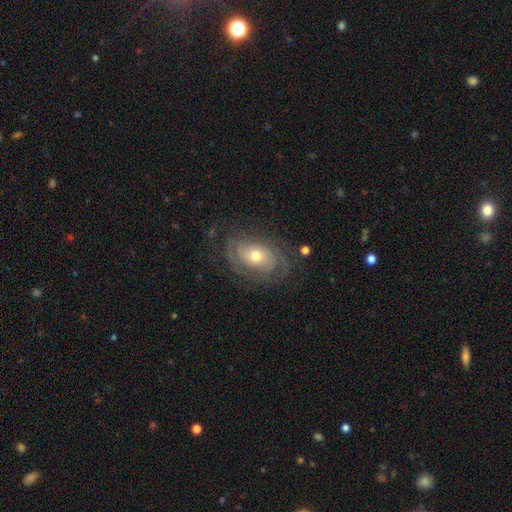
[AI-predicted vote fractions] The model was most divided on "spiral arm count": can't tell: 37%, 2: 30%, 3: 16%, 4: 7%, 1: 6%, more than 4: 5%. More confident: edge-on disk — no (95%); spiral arms — yes (91%); smooth or featured — featured or disk (79%); bar — no (78%); merging — none (72%); bulge size — moderate (67%); spiral winding — tight (65%).